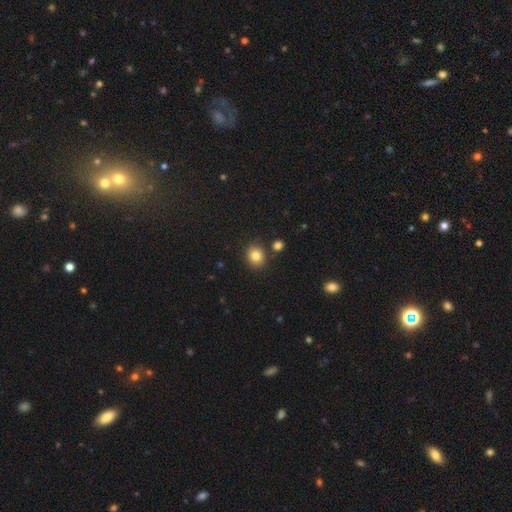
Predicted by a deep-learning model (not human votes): Smooth or featured? Predicted: smooth (p=0.83). How rounded? Predicted: round (p=0.75). Merging? Predicted: none (p=0.83).